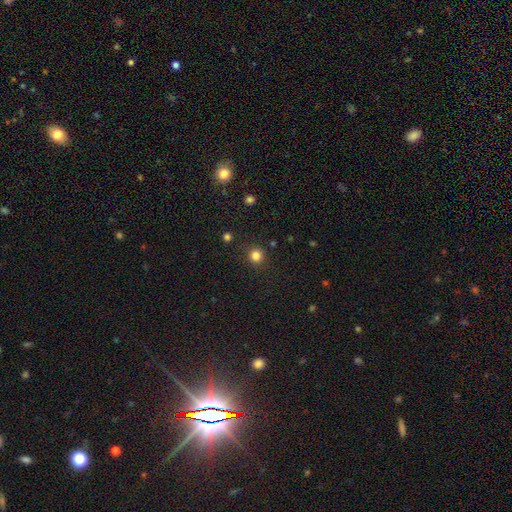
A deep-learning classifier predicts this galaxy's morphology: Smooth or featured? smooth (82%)
How rounded? round (94%)
Merging? none (90%)